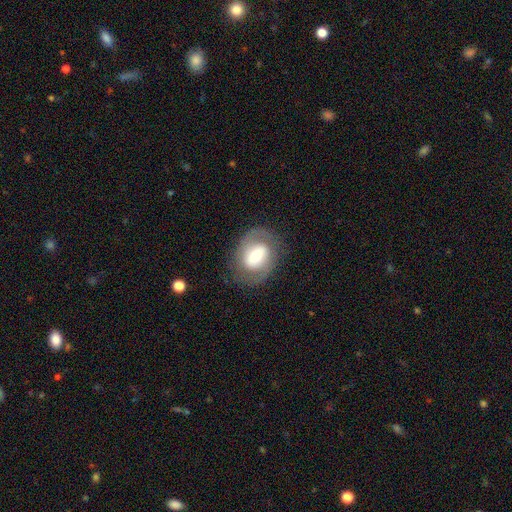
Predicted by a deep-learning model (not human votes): This appears to be a featured or disk galaxy (62%) with no bar (38%, tied with weak), spiral arms (71%) and a moderate central bulge (58%). Merging: none (77%).